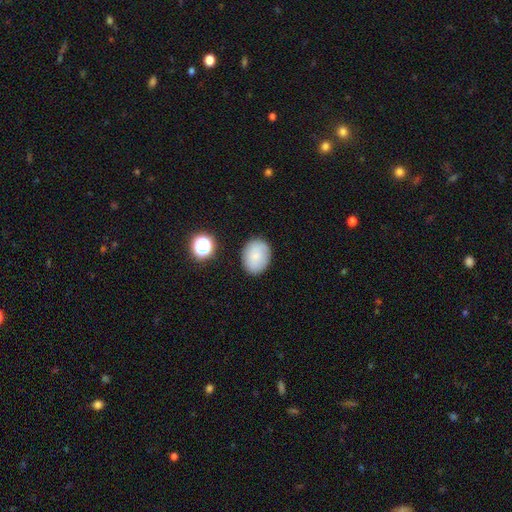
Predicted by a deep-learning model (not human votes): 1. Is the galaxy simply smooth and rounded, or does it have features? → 81% smooth, 10% featured or disk, 9% star or artifact.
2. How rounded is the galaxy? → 57% in between, 42% round, 1% cigar-shaped.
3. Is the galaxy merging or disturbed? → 84% none, 11% minor disturbance, 3% major disturbance, 2% merger.